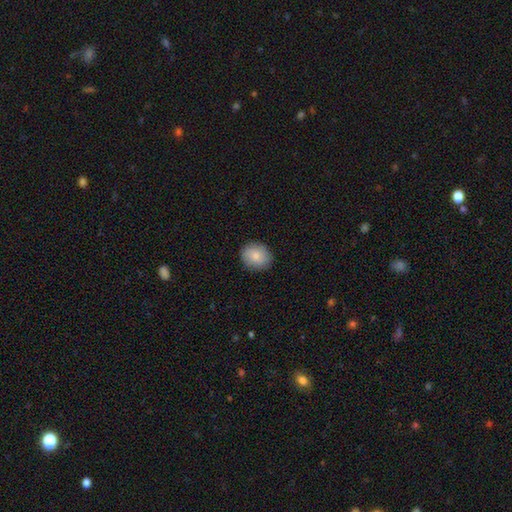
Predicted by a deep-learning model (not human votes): This is clearly a smooth galaxy (84%). How rounded: likely round (67%). Merging: clearly none (88%).